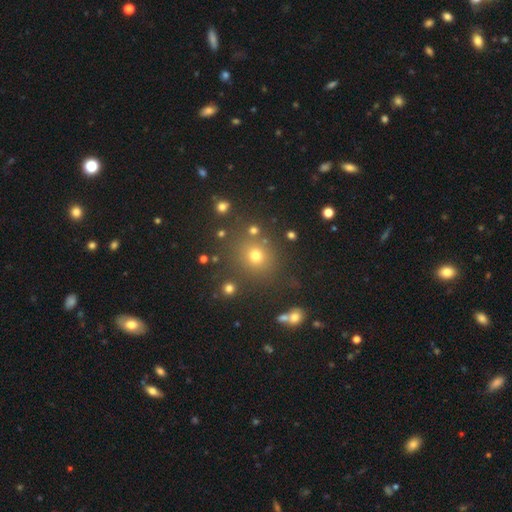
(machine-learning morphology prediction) type=smooth (68%); roundness=round (85%); merging=none (81%).